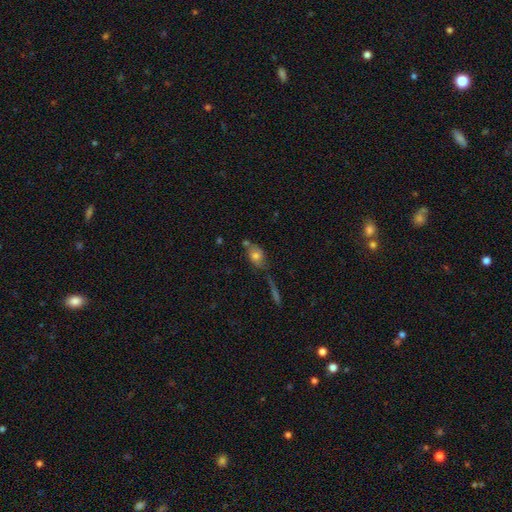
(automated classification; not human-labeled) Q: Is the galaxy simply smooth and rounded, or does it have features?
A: smooth — 67%.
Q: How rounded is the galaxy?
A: in between — 77%.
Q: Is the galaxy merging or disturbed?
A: none — 48%.